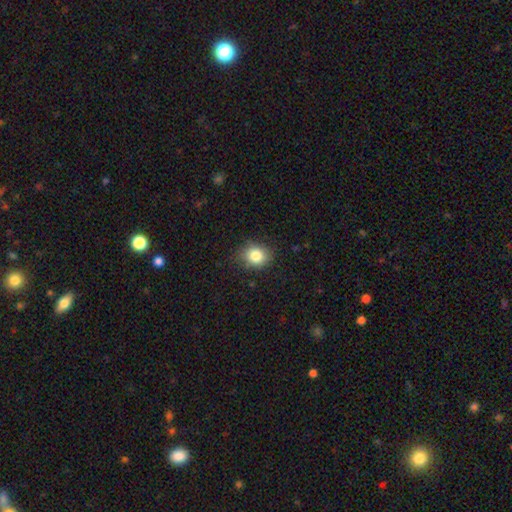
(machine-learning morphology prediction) Smooth or featured: smooth — 82% (star or artifact — 10%)
How rounded: round — 58% (in between — 41%)
Merging: none — 80% (minor disturbance — 15%)